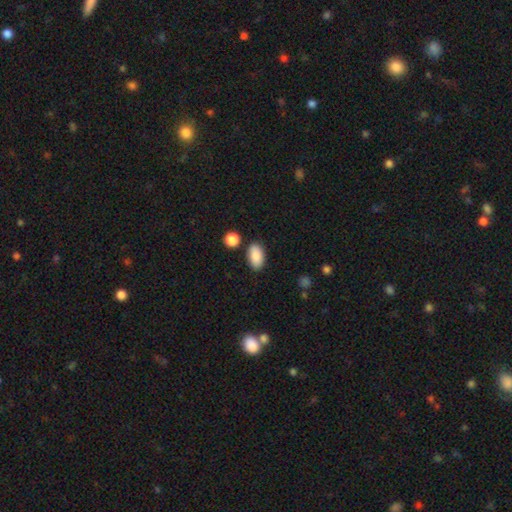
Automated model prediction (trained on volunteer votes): Q: Smooth or featured?
A: smooth (89%); runner-up: star or artifact (7%)
Q: How rounded?
A: in between (92%); runner-up: round (5%)
Q: Merging?
A: none (84%); runner-up: minor disturbance (9%)